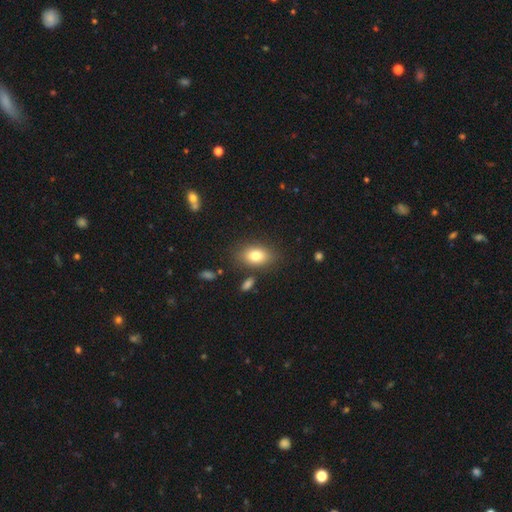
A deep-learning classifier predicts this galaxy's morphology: smooth 78%, featured or disk 12%, star or artifact 9%. Down the decision tree: how rounded — in between (82%); merging — none (80%).